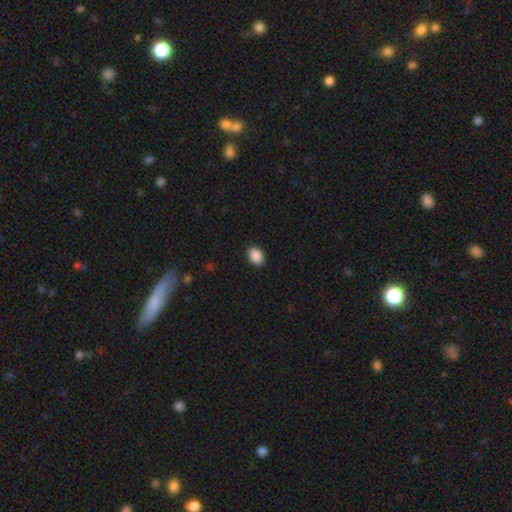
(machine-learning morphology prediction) A smooth galaxy with no disk features (90%) that is in between round and cigar-shaped (74%). Merging: none (89%).